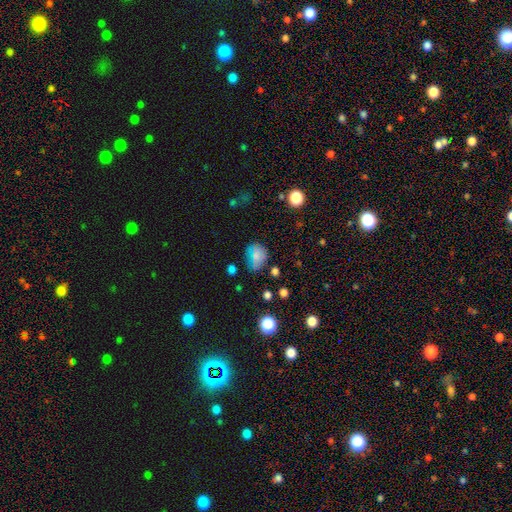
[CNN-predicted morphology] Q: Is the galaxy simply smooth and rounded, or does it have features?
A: smooth — 65%.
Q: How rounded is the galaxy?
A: in between — 49%.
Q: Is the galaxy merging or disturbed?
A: none — 66%.